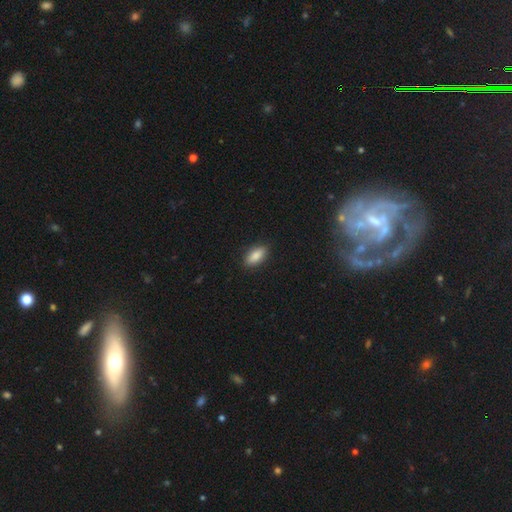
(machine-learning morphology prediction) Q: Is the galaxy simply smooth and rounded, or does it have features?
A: smooth — 86%.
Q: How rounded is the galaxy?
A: in between — 85%.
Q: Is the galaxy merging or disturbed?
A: none — 88%.